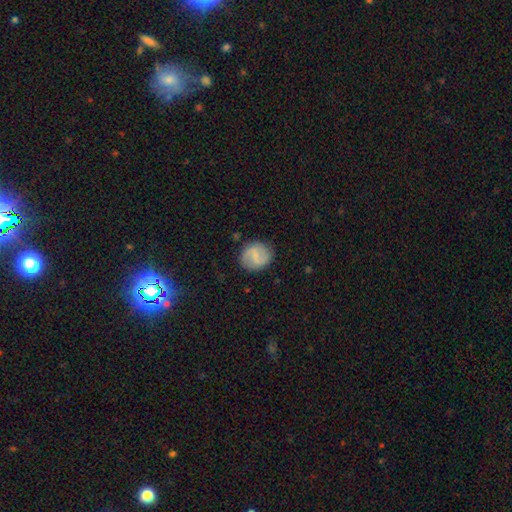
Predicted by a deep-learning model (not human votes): This is possibly a featured or disk galaxy (51%). It is clearly not viewed edge-on (98%). Merging: clearly none (84%).